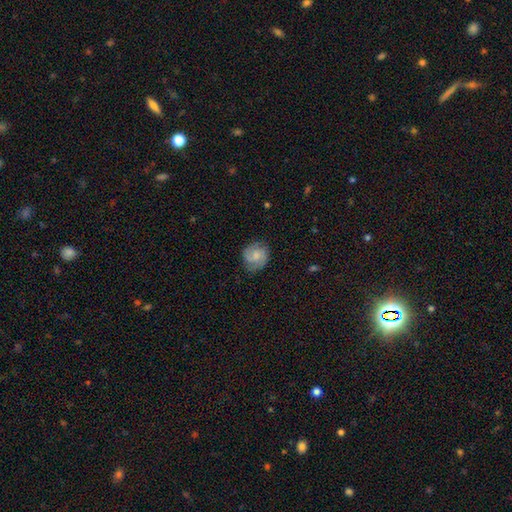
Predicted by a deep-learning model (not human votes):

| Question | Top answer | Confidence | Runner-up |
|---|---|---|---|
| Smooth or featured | featured or disk | 57% | smooth (36%) |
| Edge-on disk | no | 98% | yes (2%) |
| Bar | no | 56% | weak (38%) |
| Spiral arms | yes | 92% | no (8%) |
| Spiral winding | medium | 45% | tight (37%) |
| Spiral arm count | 2 | 75% | can't tell (11%) |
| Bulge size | small | 39% | moderate (35%) |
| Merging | none | 73% | minor disturbance (19%) |